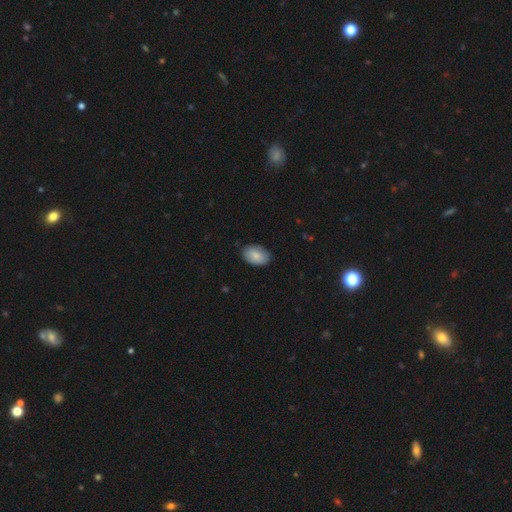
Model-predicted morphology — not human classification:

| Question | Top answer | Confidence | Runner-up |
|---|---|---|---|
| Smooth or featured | smooth | 85% | featured or disk (8%) |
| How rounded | in between | 88% | round (10%) |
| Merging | none | 83% | minor disturbance (14%) |